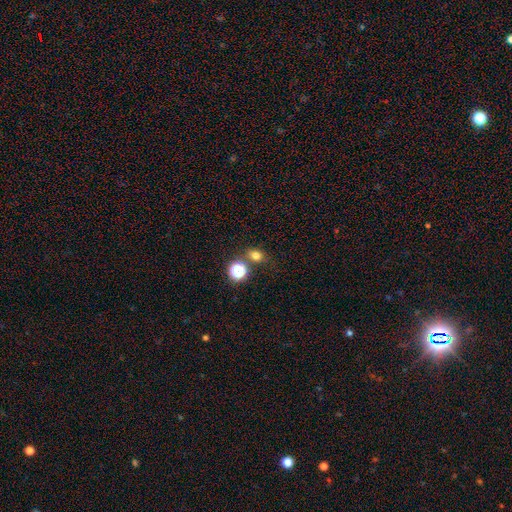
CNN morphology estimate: A smooth galaxy with no disk features (72%) that is round (61%). Merging: none (70%).